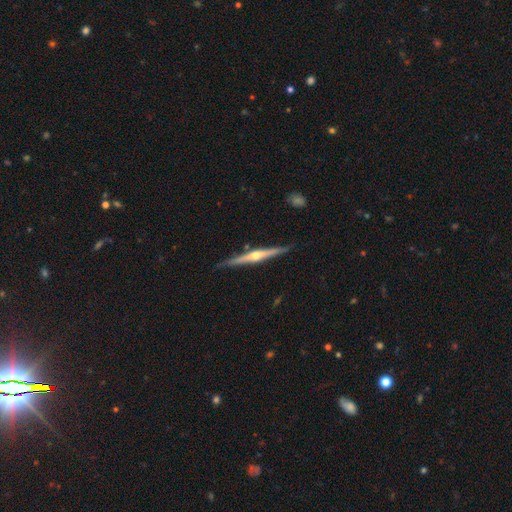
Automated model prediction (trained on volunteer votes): Smooth or featured? featured or disk (78%)
Edge-on disk? yes (98%)
Edge-on bulge? rounded (89%)
Merging? none (87%)